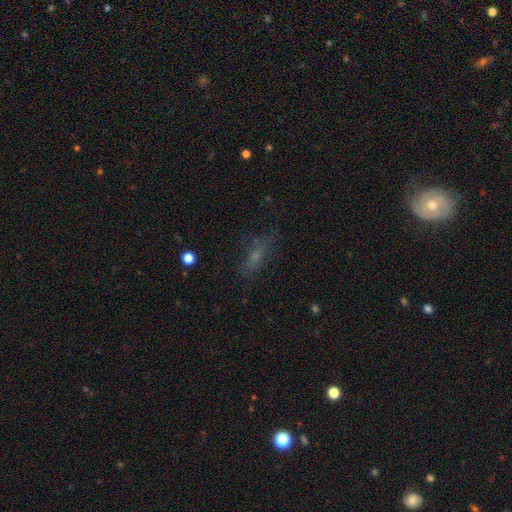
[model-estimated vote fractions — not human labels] Smooth or featured? Predicted: smooth (p=0.50). How rounded? Predicted: in between (p=0.56). Merging? Predicted: none (p=0.66).